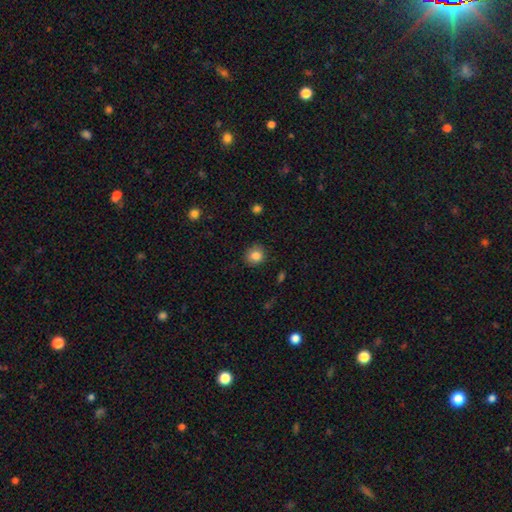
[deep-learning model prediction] A smooth galaxy with no disk features (84%) that is round (84%). Merging: none (86%).